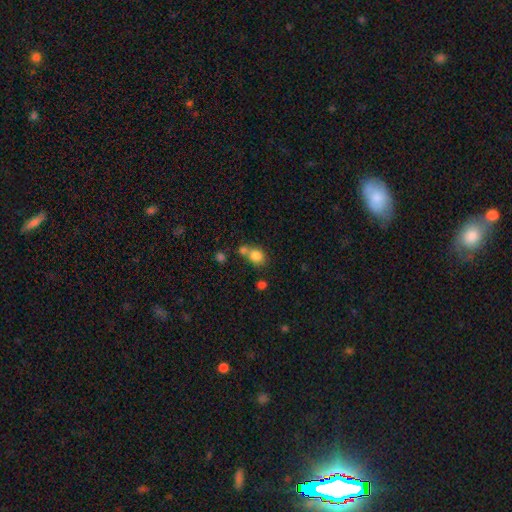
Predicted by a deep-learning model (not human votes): Q: Smooth or featured?
A: smooth (82%); runner-up: star or artifact (11%)
Q: How rounded?
A: round (64%); runner-up: in between (34%)
Q: Merging?
A: none (46%); runner-up: merger (38%)